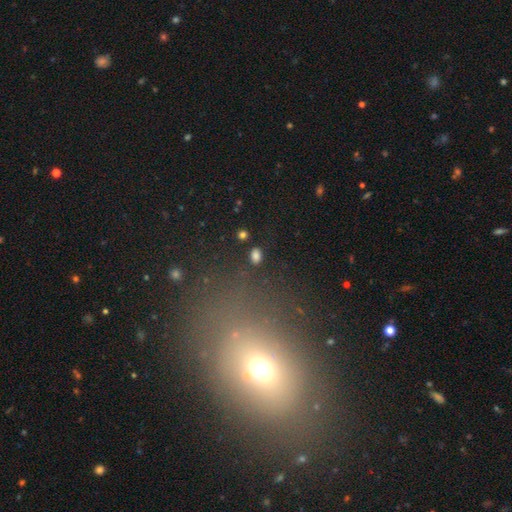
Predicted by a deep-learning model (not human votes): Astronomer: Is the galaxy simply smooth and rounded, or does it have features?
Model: smooth — 82%.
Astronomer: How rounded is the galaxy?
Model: in between — 80%.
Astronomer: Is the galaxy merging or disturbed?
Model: none — 86%.